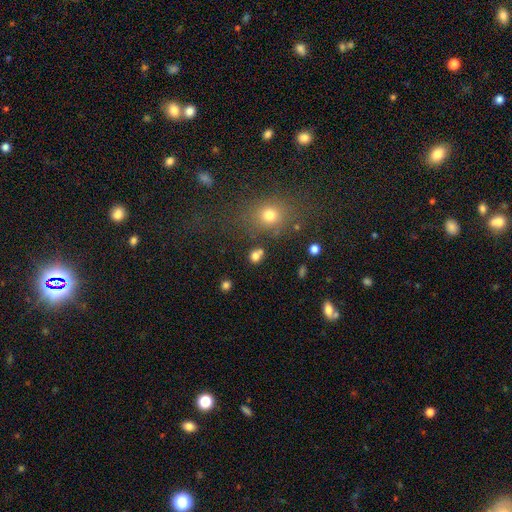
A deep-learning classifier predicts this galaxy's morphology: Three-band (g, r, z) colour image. It shows a smooth galaxy with no disk features (76%) that is round (69%). Merging: none (67%).